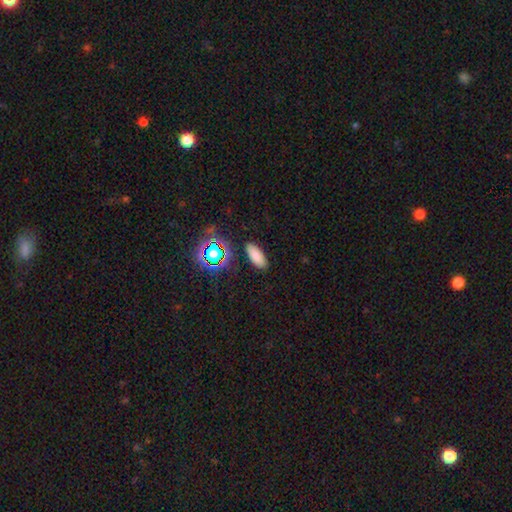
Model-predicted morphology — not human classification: Smooth or featured?
  - smooth: 79% *
  - star or artifact: 15%
  - featured or disk: 6%
How rounded?
  - in between: 78% *
  - cigar-shaped: 18%
  - round: 3%
Merging?
  - none: 87% *
  - minor disturbance: 9%
  - major disturbance: 3%
  - merger: 2%